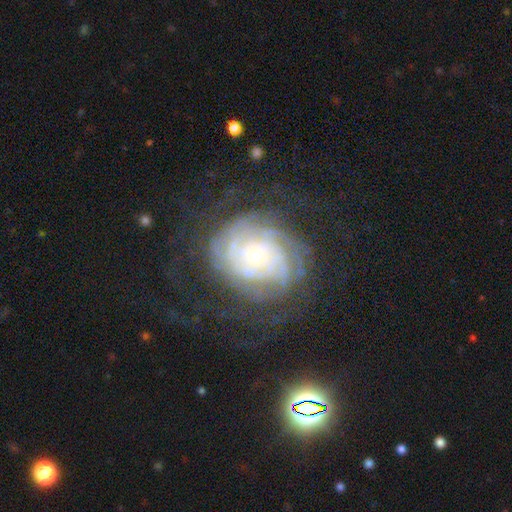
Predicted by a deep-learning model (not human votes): This appears to be a featured or disk galaxy (83%) with no bar (80%), tight (74%) spiral arms (93%) and a small central bulge (74%). Merging: none (65%).